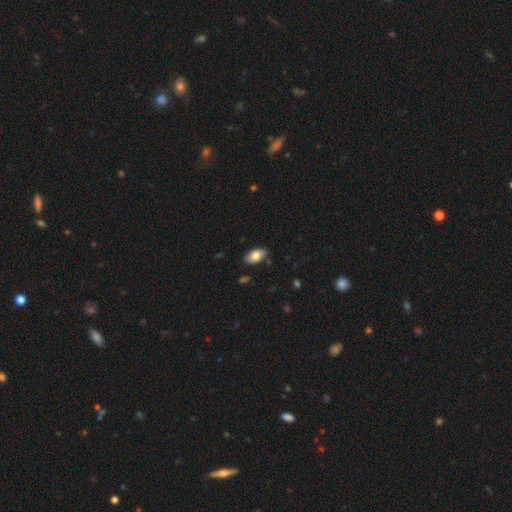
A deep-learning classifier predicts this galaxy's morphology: This is likely a smooth galaxy (79%). How rounded: clearly in between (94%). Merging: clearly none (84%).